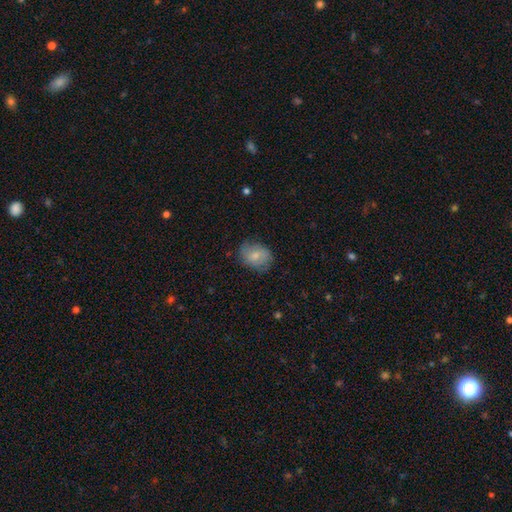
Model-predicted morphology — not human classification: Overall: smooth (65%; featured or disk 28%). How rounded: in between (58%; round 41%). Merging: none (71%).